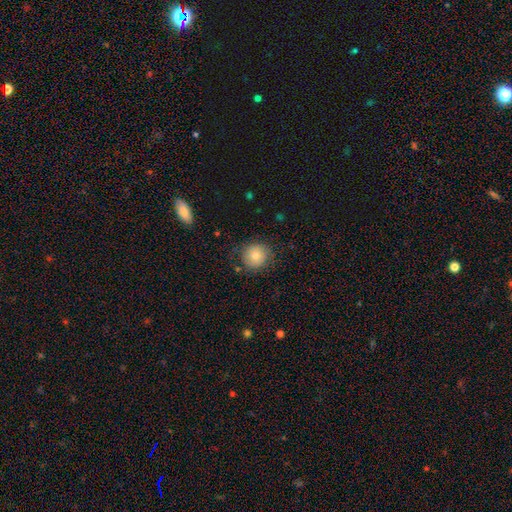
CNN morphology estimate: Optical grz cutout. It shows a smooth galaxy with no disk features (74%) that is round (87%). Merging: none (77%).